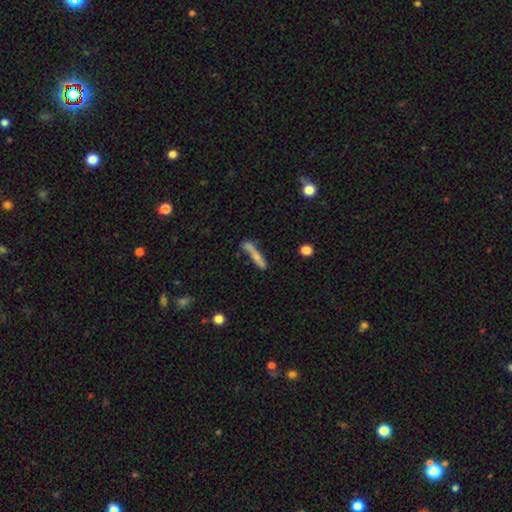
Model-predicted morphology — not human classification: A smooth galaxy with no disk features (63%) that is cigar-shaped (88%).

Vote fractions:
- Smooth or featured? smooth: 63% / featured or disk: 29% / star or artifact: 9%
- How rounded? cigar-shaped: 88% / in between: 9% / round: 2%
- Merging? none: 51% / minor disturbance: 21% / merger: 17% / major disturbance: 11%